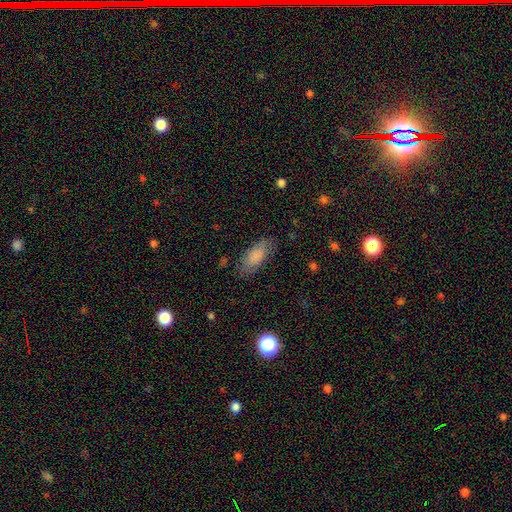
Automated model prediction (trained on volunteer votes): smooth_or_featured: smooth (p=0.83) [alt: featured or disk p=0.09]
how_rounded: in between (p=0.81) [alt: cigar-shaped p=0.16]
merging: none (p=0.80) [alt: minor disturbance p=0.14]